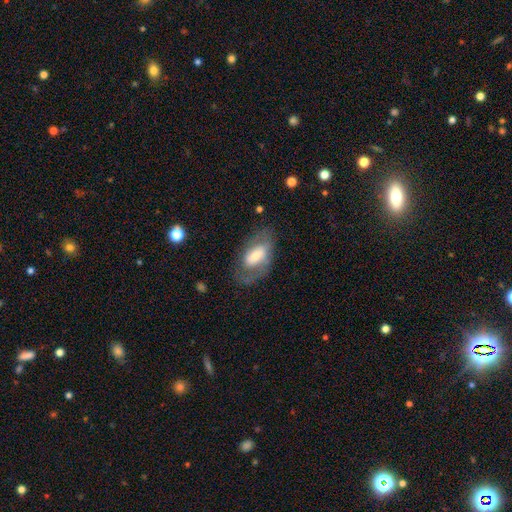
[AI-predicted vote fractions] A featured or disk galaxy (48%). Merging: none (59%).